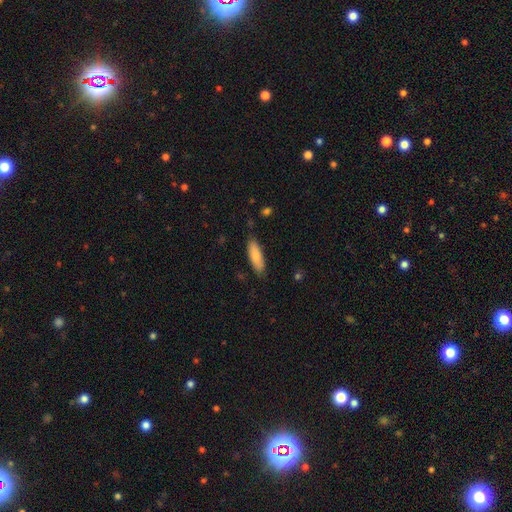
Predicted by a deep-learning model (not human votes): Q: Smooth or featured?
A: smooth (84%); runner-up: featured or disk (10%)
Q: How rounded?
A: in between (50%); runner-up: cigar-shaped (49%)
Q: Merging?
A: none (84%); runner-up: minor disturbance (13%)